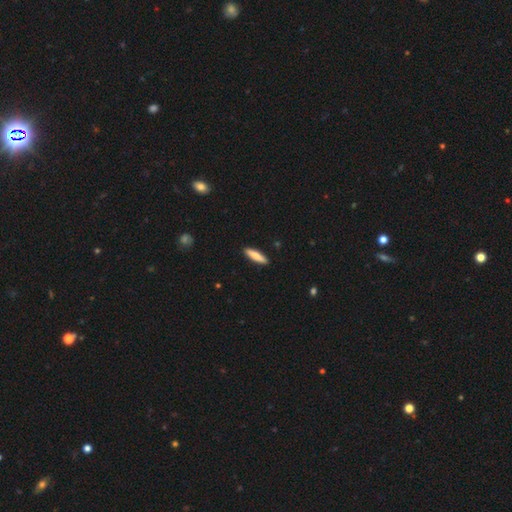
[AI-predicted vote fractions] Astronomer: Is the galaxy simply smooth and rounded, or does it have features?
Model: smooth — 80%.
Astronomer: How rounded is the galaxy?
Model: cigar-shaped — 77%.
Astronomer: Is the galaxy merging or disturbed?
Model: none — 90%.